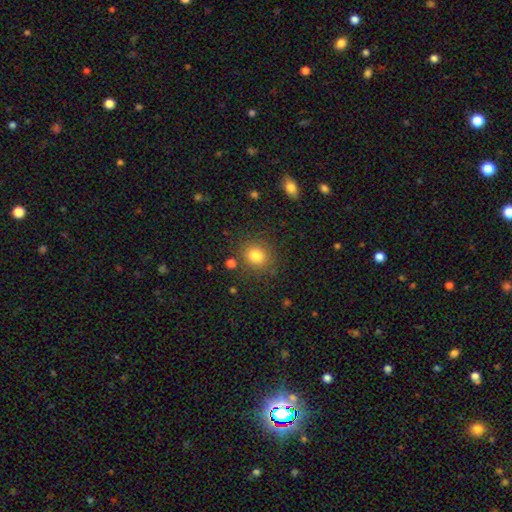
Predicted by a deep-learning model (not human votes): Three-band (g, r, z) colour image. It shows a smooth galaxy with no disk features (81%) that is round (77%). Merging: none (83%).